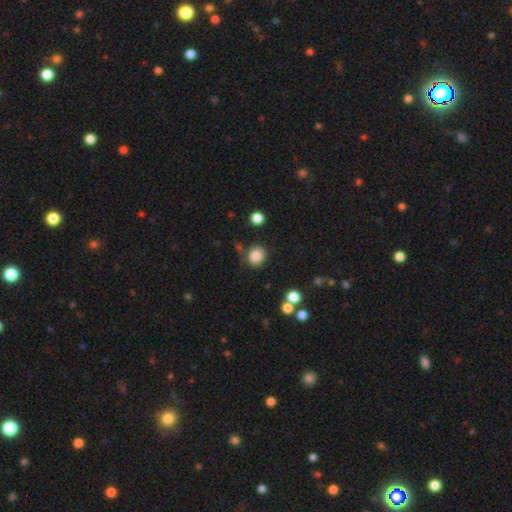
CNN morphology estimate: Q: Smooth or featured?
A: smooth (84%); runner-up: star or artifact (11%)
Q: How rounded?
A: round (80%); runner-up: in between (19%)
Q: Merging?
A: none (75%); runner-up: minor disturbance (14%)